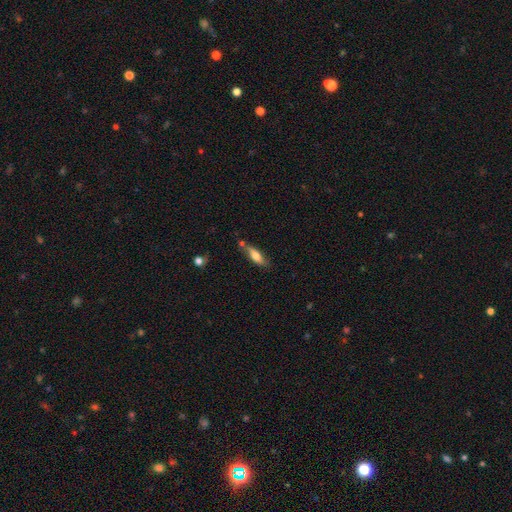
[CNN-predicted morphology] A smooth galaxy with no disk features (62%) that is in between round and cigar-shaped (49%). Merging: none (65%).